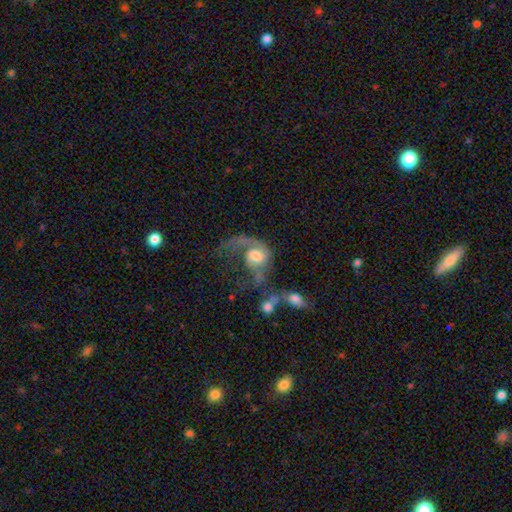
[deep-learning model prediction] smooth-or-featured: featured or disk: 66% | smooth: 27% | star or artifact: 8%
  disk-edge-on: no: 97% | yes: 3%
    bar: no: 74% | weak: 22% | strong: 4%
    has-spiral-arms: yes: 80% | no: 20%
      spiral-winding: loose: 64% | medium: 27% | tight: 10%
      spiral-arm-count: 1: 69% | 2: 22% | can't tell: 6% | 3: 1% | 4: 1% | more than 4: 1%
    bulge-size: moderate: 51% | large: 30% | small: 12% | dominant: 4% | none: 4%
  merging: major disturbance: 48% | merger: 22% | none: 19% | minor disturbance: 11%